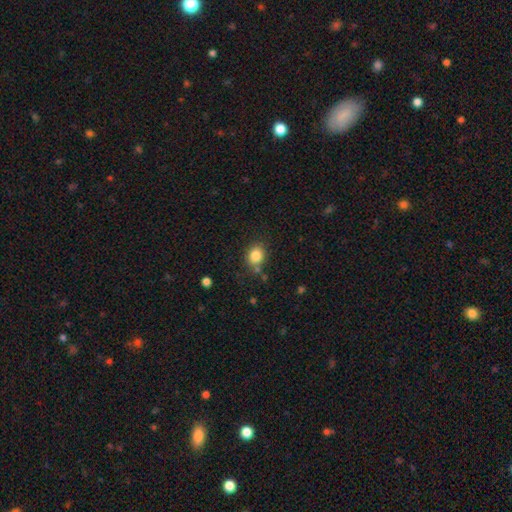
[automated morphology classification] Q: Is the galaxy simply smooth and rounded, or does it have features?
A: smooth — 84%.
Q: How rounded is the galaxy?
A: round — 60%.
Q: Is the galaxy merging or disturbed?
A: none — 77%.